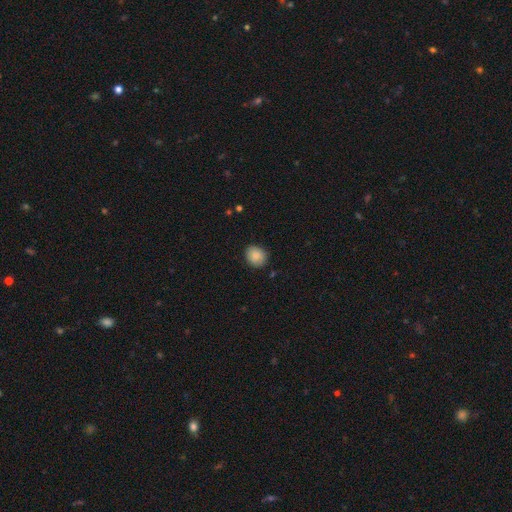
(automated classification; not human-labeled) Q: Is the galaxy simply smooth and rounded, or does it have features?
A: smooth — 88%.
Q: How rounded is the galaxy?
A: round — 67%.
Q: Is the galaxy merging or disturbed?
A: none — 84%.